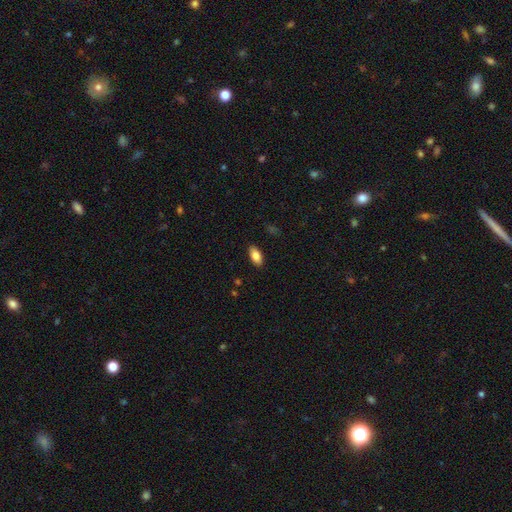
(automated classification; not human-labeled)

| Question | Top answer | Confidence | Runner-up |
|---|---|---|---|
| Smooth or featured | smooth | 83% | featured or disk (10%) |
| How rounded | in between | 91% | cigar-shaped (6%) |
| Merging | none | 88% | minor disturbance (9%) |